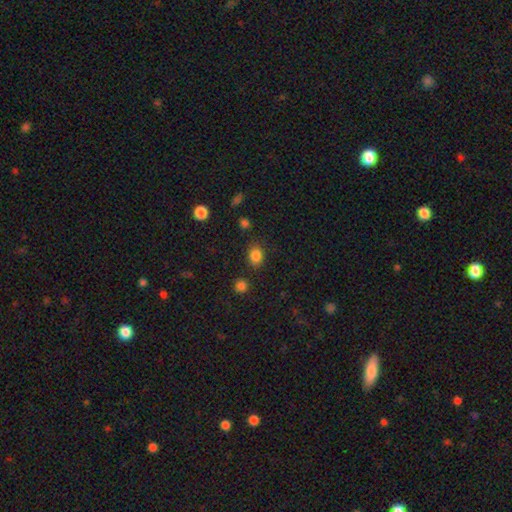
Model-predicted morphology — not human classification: Smooth or featured?
  - smooth: 84% *
  - star or artifact: 12%
  - featured or disk: 4%
How rounded?
  - in between: 50% *
  - round: 48%
  - cigar-shaped: 1%
Merging?
  - none: 80% *
  - minor disturbance: 12%
  - major disturbance: 4%
  - merger: 4%